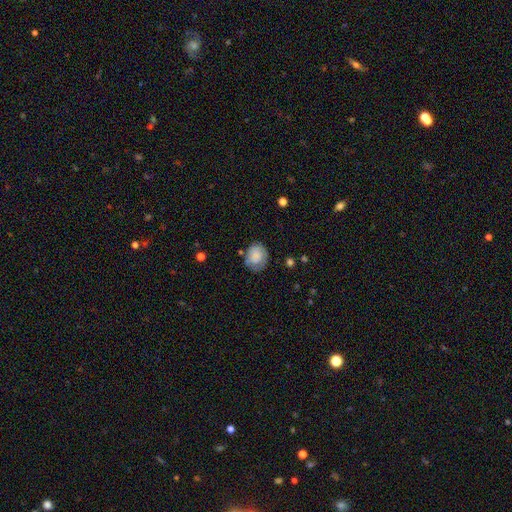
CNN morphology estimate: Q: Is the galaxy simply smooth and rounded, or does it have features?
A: smooth — 65%.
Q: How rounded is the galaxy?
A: round — 58%.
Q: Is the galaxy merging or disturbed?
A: none — 61%.